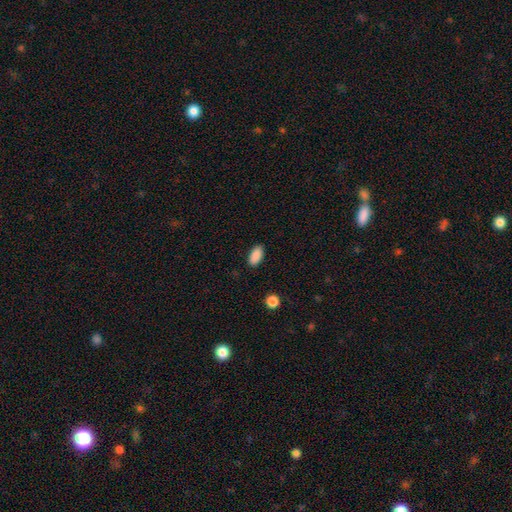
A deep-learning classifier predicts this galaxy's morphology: This appears to be a smooth galaxy with no disk features (89%) that is in between round and cigar-shaped (92%). Merging: none (88%).